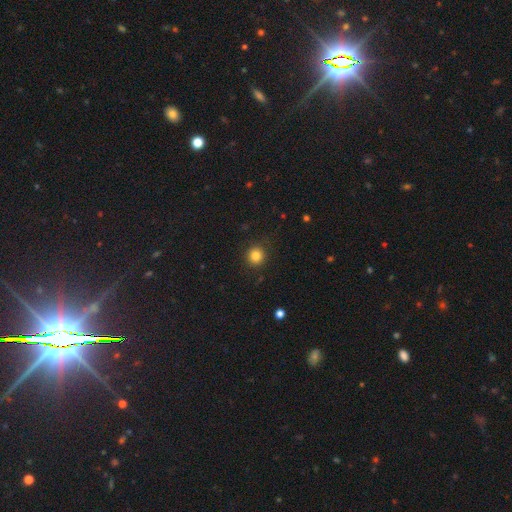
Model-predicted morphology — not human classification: Smooth or featured? smooth (84%)
How rounded? round (93%)
Merging? none (89%)